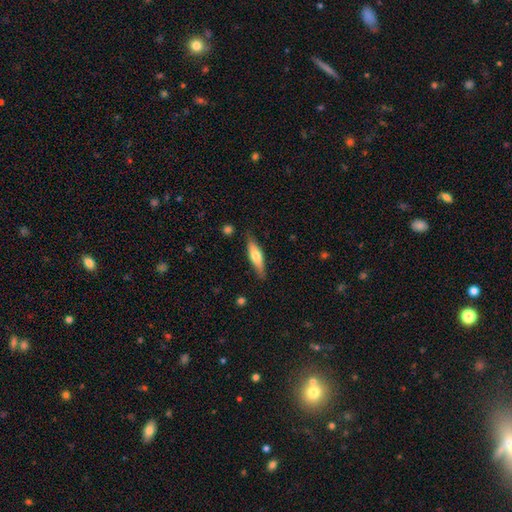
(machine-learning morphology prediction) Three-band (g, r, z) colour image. It shows a smooth galaxy with no disk features (56%) that is cigar-shaped (65%). Merging: none (83%).